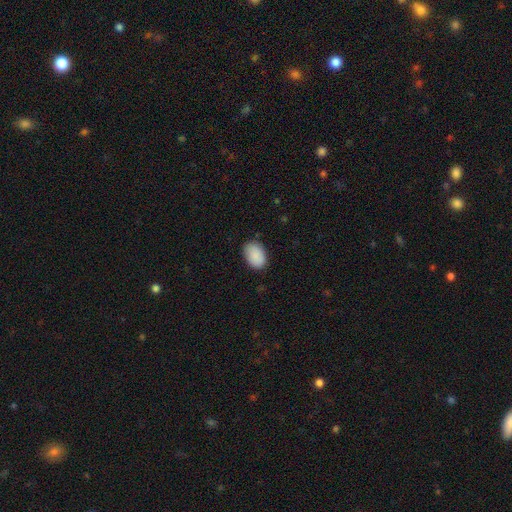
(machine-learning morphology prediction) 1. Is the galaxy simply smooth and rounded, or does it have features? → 89% smooth, 7% star or artifact, 4% featured or disk.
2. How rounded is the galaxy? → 86% in between, 13% round, 1% cigar-shaped.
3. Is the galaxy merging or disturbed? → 81% none, 15% minor disturbance, 3% major disturbance, 1% merger.